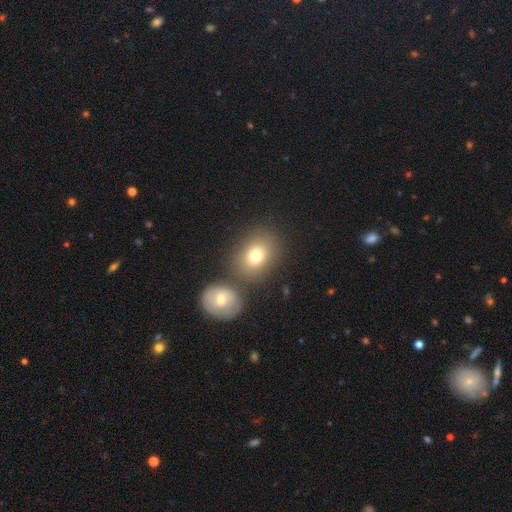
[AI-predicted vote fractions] This is likely a smooth galaxy (76%). How rounded: possibly round (50%). Merging: likely none (65%).